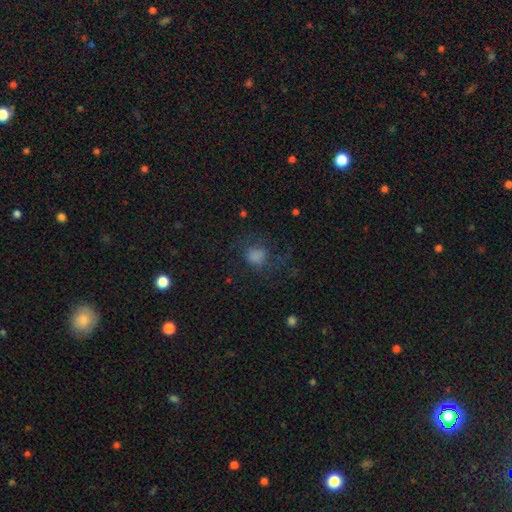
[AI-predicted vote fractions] Overall: smooth (61%). How rounded: round (77%). Merging: none (59%; major disturbance 21%).